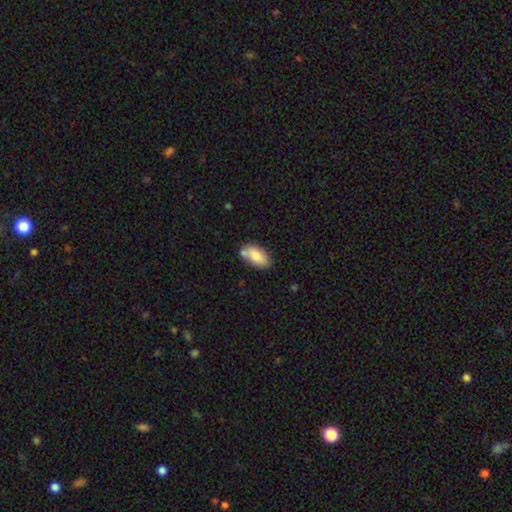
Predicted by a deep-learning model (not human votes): smooth-or-featured: smooth: 78% | featured or disk: 15% | star or artifact: 7%
  how-rounded: in between: 92% | cigar-shaped: 4% | round: 3%
  merging: none: 62% | minor disturbance: 19% | merger: 15% | major disturbance: 4%